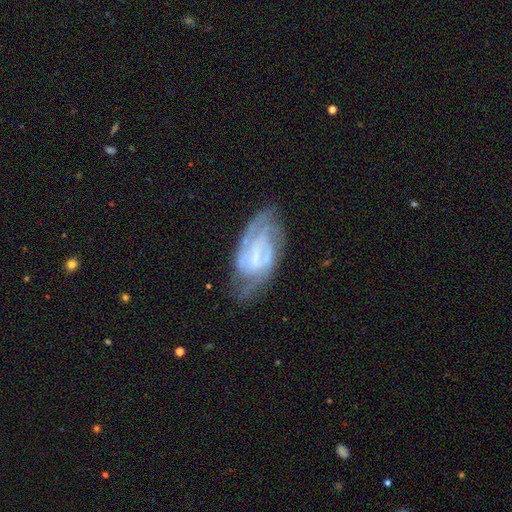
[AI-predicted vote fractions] Morphology: type=featured or disk (80%); edge-on=no (95%); bar=weak (46%); spiral arms=yes (92%); winding=tight (48%); arm count=2 (46%); bulge=small (41%); merging=none (65%).